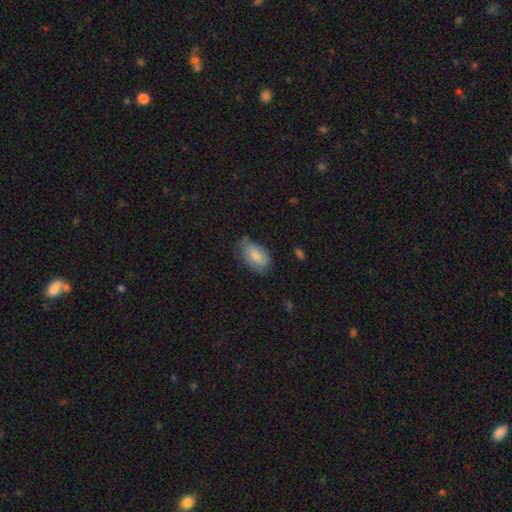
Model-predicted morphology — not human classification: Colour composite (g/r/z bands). It shows a smooth galaxy with no disk features (77%) that is in between round and cigar-shaped (93%). Merging: none (66%).